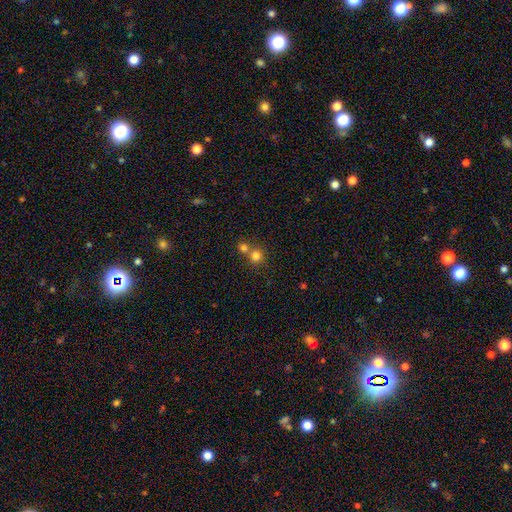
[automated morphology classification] Smooth or featured? Predicted: smooth (p=0.78). How rounded? Predicted: round (p=0.89). Merging? Predicted: none (p=0.49).